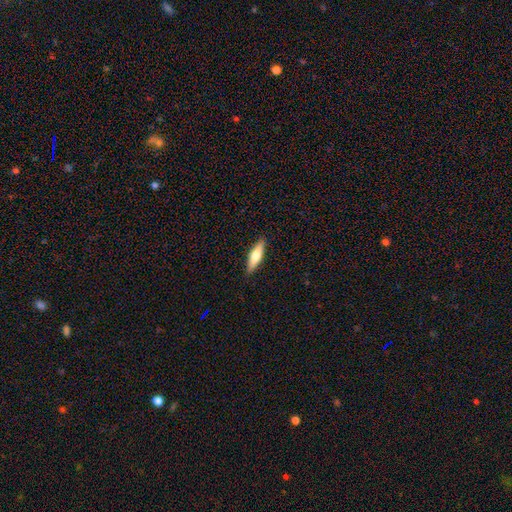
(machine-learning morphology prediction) A smooth galaxy with no disk features (61%) that is cigar-shaped (62%).

Vote fractions:
- Smooth or featured? smooth: 61% / featured or disk: 34% / star or artifact: 6%
- How rounded? cigar-shaped: 62% / in between: 36% / round: 2%
- Merging? none: 89% / minor disturbance: 8% / major disturbance: 2% / merger: 1%